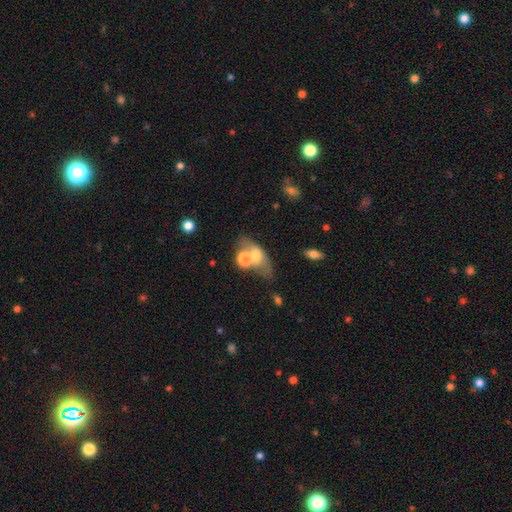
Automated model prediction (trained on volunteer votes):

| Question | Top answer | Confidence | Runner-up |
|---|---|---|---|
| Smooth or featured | smooth | 56% | featured or disk (34%) |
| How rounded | in between | 72% | round (17%) |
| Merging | none | 41% | merger (34%) |